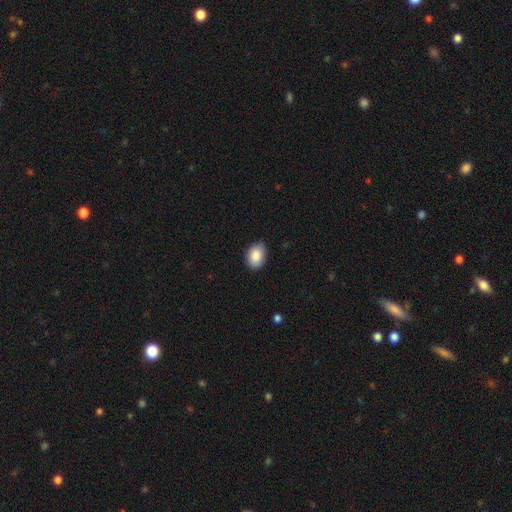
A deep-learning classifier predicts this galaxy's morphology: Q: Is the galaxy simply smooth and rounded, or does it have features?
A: smooth — 88%.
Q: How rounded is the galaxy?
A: in between — 83%.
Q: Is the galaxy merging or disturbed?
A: none — 84%.